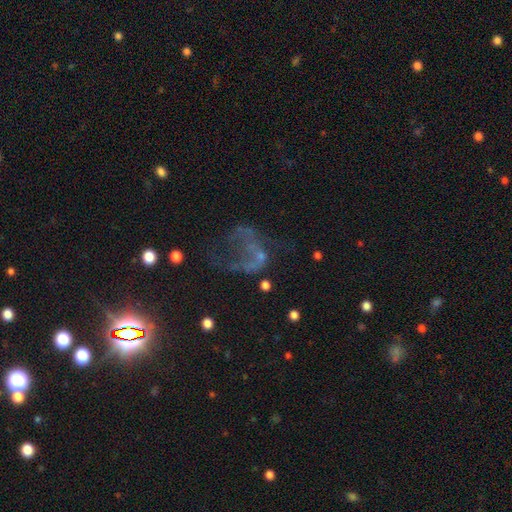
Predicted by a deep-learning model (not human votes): Smooth or featured: featured or disk — 52% (smooth — 24%)
Edge-on disk: no — 97% (yes — 3%)
Bar: no — 88% (weak — 9%)
Spiral arms: no — 80% (yes — 20%)
Bulge size: none — 65% (small — 22%)
Merging: major disturbance — 48% (none — 30%)